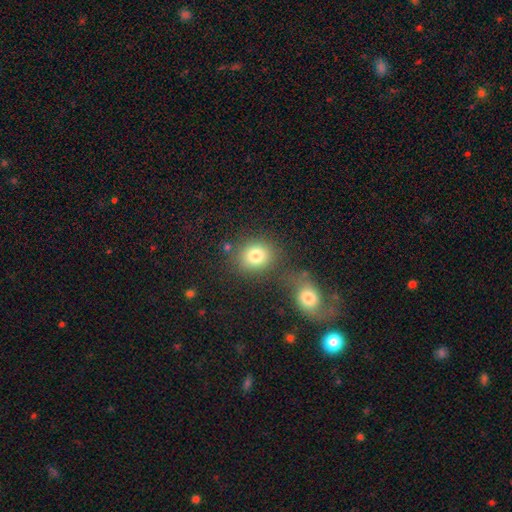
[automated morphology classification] Smooth or featured?
  - smooth: 81% *
  - star or artifact: 11%
  - featured or disk: 8%
How rounded?
  - round: 72% *
  - in between: 26%
  - cigar-shaped: 1%
Merging?
  - none: 68% *
  - merger: 16%
  - minor disturbance: 11%
  - major disturbance: 5%